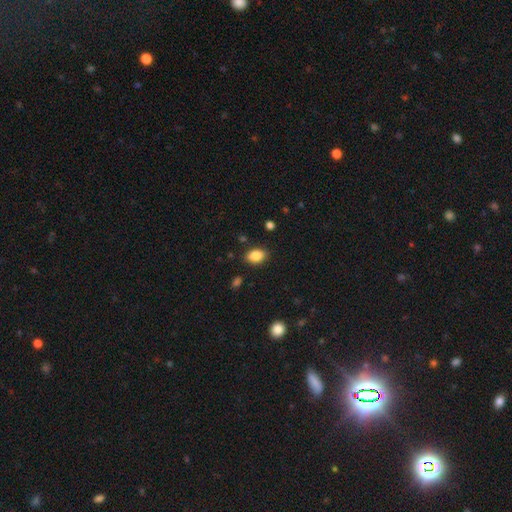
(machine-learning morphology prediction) Q: Smooth or featured?
A: smooth (86%); runner-up: star or artifact (8%)
Q: How rounded?
A: in between (83%); runner-up: round (16%)
Q: Merging?
A: none (86%); runner-up: minor disturbance (10%)